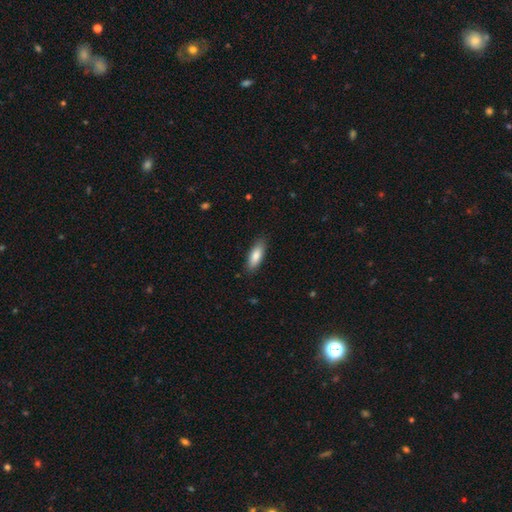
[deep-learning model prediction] This appears to be a smooth galaxy with no disk features (83%) that is in between round and cigar-shaped (65%). Merging: none (86%).